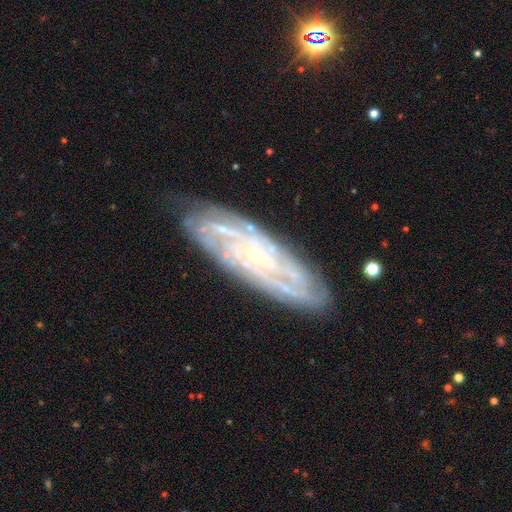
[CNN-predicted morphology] Q: Smooth or featured?
A: featured or disk (84%); runner-up: smooth (10%)
Q: Edge-on disk?
A: no (85%); runner-up: yes (15%)
Q: Bar?
A: no (71%); runner-up: weak (21%)
Q: Spiral arms?
A: yes (95%); runner-up: no (5%)
Q: Spiral winding?
A: tight (73%); runner-up: medium (22%)
Q: Spiral arm count?
A: can't tell (34%); runner-up: 4 (21%)
Q: Bulge size?
A: small (83%); runner-up: moderate (12%)
Q: Merging?
A: none (80%); runner-up: minor disturbance (15%)